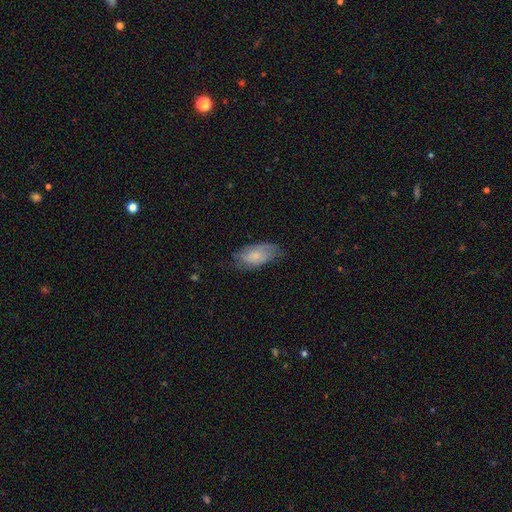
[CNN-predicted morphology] Smooth or featured? Predicted: smooth (p=0.58). How rounded? Predicted: in between (p=0.91). Merging? Predicted: none (p=0.59).